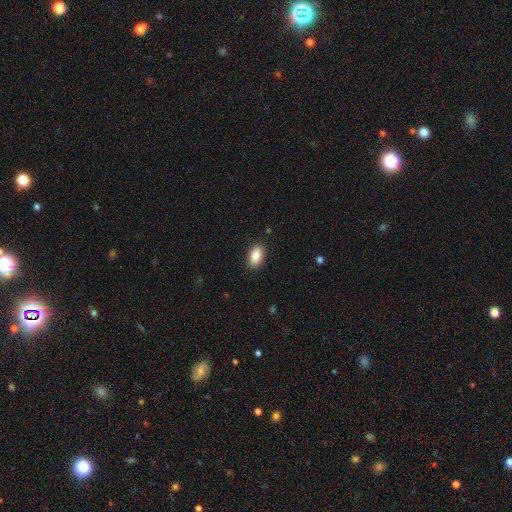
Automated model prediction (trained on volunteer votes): Q: Smooth or featured?
A: smooth (88%); runner-up: star or artifact (7%)
Q: How rounded?
A: in between (93%); runner-up: round (4%)
Q: Merging?
A: none (89%); runner-up: minor disturbance (8%)